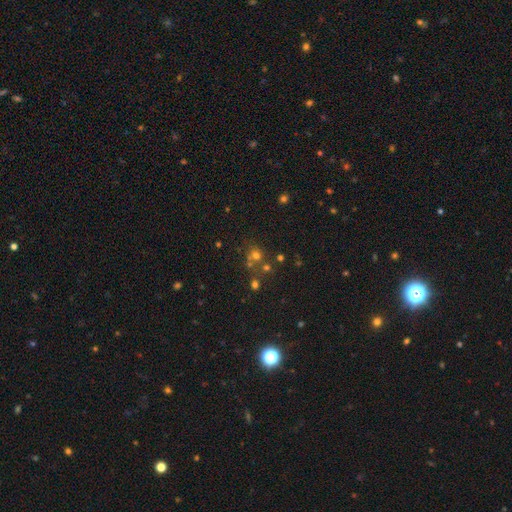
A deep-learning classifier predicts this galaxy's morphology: smooth-or-featured: smooth: 57% | star or artifact: 30% | featured or disk: 13%
  how-rounded: round: 84% | in between: 15% | cigar-shaped: 1%
  merging: none: 58% | merger: 27% | minor disturbance: 9% | major disturbance: 5%